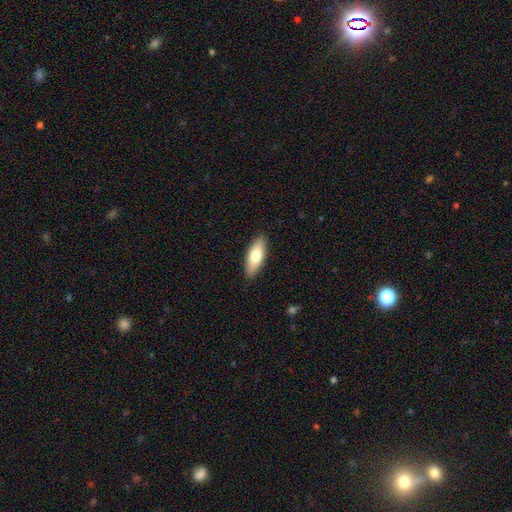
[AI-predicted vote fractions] Smooth or featured? Predicted: smooth (p=0.74). How rounded? Predicted: in between (p=0.71). Merging? Predicted: none (p=0.89).